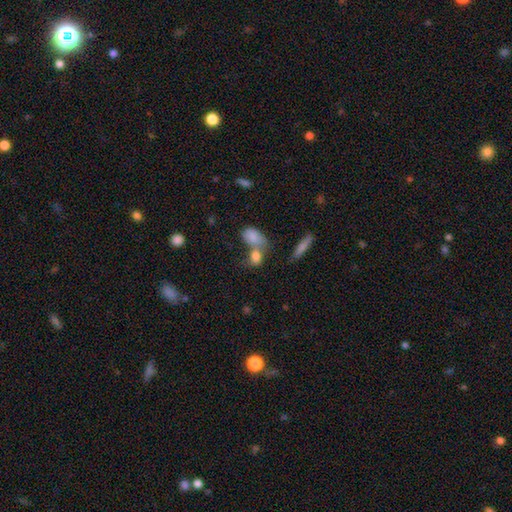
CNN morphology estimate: smooth-or-featured: smooth: 50% | star or artifact: 28% | featured or disk: 22%
  merging: none: 47% | merger: 36% | minor disturbance: 10% | major disturbance: 7%